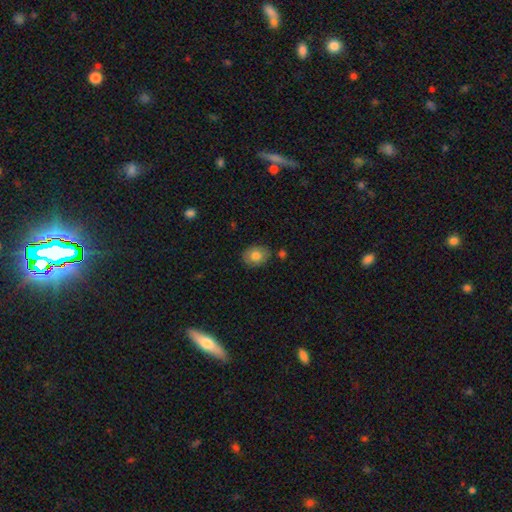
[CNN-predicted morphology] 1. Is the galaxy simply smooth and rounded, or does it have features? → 77% smooth, 15% featured or disk, 8% star or artifact.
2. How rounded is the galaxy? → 53% in between, 46% round, 1% cigar-shaped.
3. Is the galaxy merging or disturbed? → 82% none, 13% minor disturbance, 3% merger, 3% major disturbance.